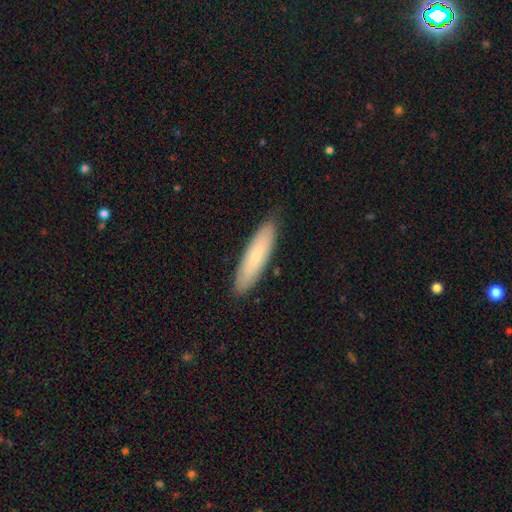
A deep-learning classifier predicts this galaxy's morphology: This appears to be a smooth galaxy with no disk features (74%) that is cigar-shaped (70%). Merging: none (87%).